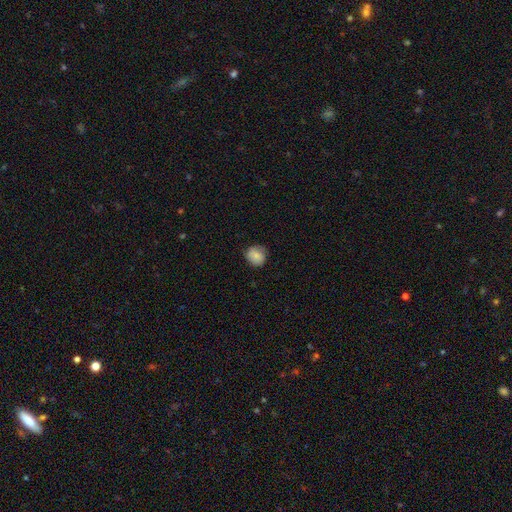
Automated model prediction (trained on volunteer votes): The model was most divided on "merging": none: 75%, minor disturbance: 20%, major disturbance: 4%, merger: 1%. More confident: how rounded — round (82%); smooth or featured — smooth (81%).